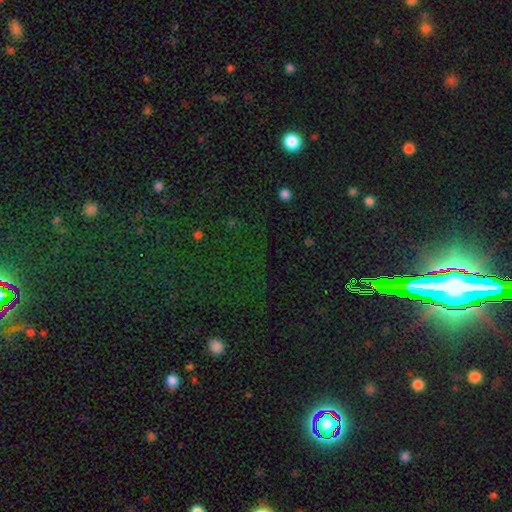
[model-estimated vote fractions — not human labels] This is likely a star or artifact rather than a galaxy (80%).